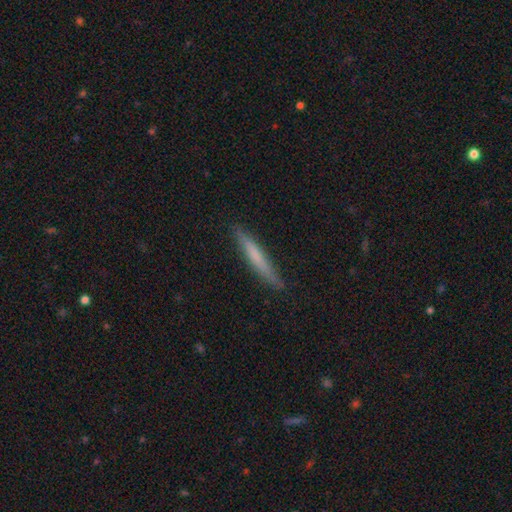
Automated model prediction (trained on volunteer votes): Smooth or featured: smooth — 62% (featured or disk — 32%)
How rounded: cigar-shaped — 95% (in between — 4%)
Merging: none — 87% (minor disturbance — 10%)